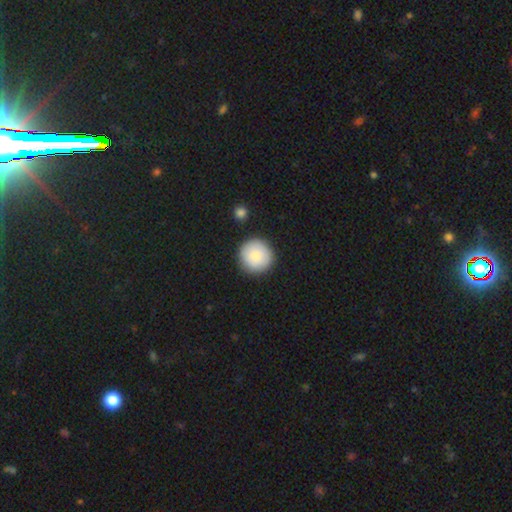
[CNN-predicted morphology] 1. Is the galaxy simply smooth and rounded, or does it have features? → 84% smooth, 9% featured or disk, 7% star or artifact.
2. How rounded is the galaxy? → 95% round, 4% in between, 1% cigar-shaped.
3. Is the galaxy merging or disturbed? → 89% none, 7% minor disturbance, 2% merger, 2% major disturbance.